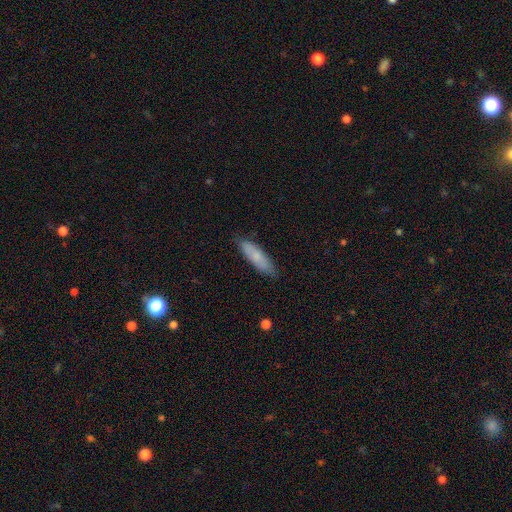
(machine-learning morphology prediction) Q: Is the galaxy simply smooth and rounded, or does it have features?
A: smooth — 74%.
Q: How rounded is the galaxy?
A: cigar-shaped — 62%.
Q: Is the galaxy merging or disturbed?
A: none — 83%.